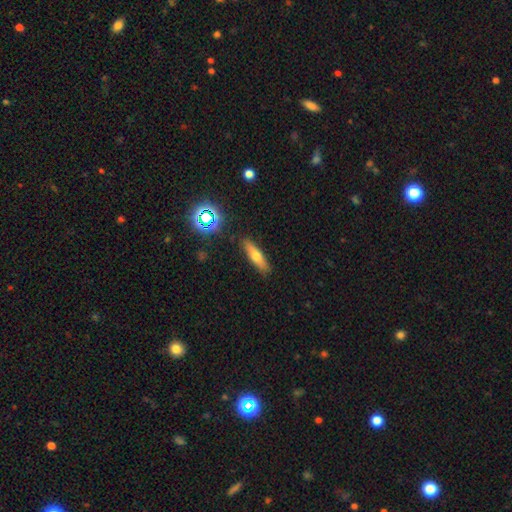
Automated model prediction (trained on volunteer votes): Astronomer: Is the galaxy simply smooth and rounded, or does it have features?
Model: smooth — 62%.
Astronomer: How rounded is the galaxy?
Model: cigar-shaped — 65%.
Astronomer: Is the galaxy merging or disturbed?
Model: none — 87%.